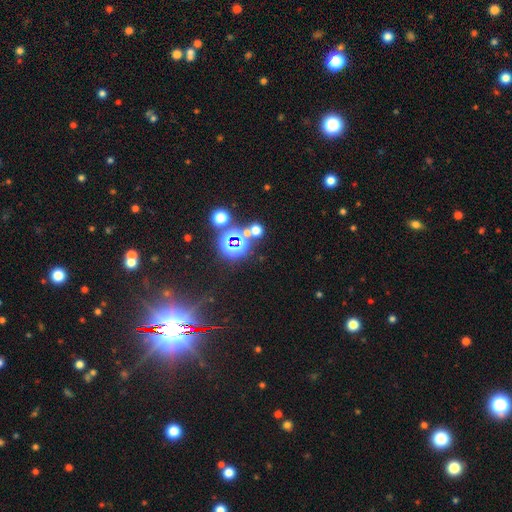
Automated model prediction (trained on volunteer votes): star or artifact 83%, smooth 10%, featured or disk 7%.